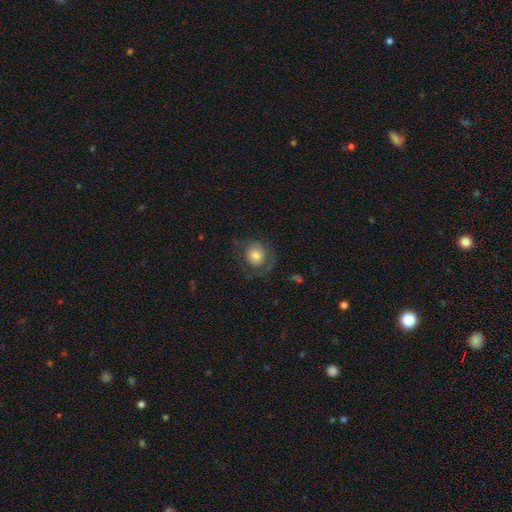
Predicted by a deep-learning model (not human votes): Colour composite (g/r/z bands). It shows a smooth galaxy with no disk features (68%) that is round (80%). Merging: none (59%).